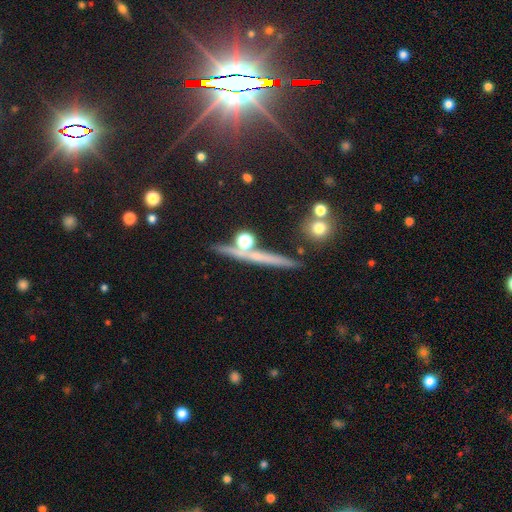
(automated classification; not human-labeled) Smooth or featured: featured or disk — 56% (smooth — 25%)
Edge-on disk: yes — 94% (no — 6%)
Edge-on bulge: none — 51% (rounded — 39%)
Merging: none — 78% (minor disturbance — 10%)